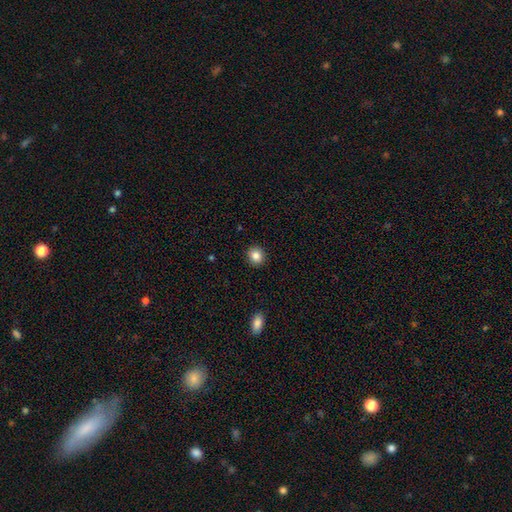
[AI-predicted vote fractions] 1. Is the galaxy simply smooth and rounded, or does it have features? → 85% smooth, 10% star or artifact, 5% featured or disk.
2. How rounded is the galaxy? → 85% round, 14% in between, 1% cigar-shaped.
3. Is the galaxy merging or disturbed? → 91% none, 6% minor disturbance, 2% major disturbance, 1% merger.